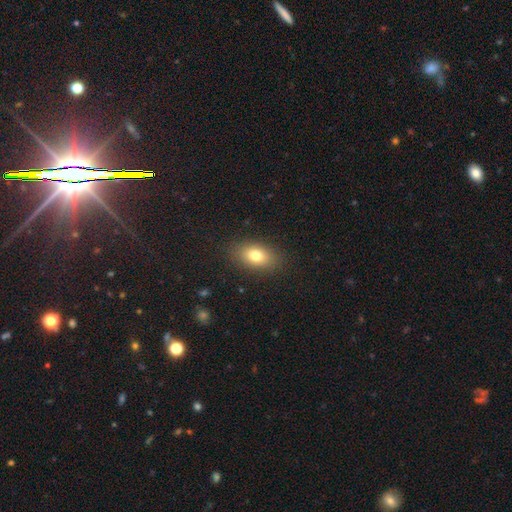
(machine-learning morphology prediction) Smooth or featured?
  - smooth: 77% *
  - featured or disk: 13%
  - star or artifact: 10%
How rounded?
  - in between: 83% *
  - round: 15%
  - cigar-shaped: 2%
Merging?
  - none: 86% *
  - minor disturbance: 9%
  - major disturbance: 3%
  - merger: 1%